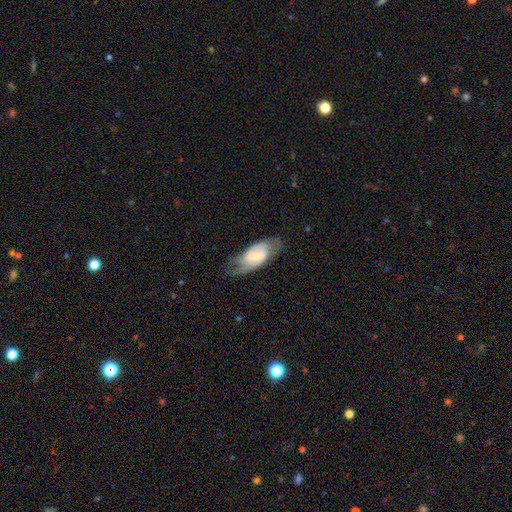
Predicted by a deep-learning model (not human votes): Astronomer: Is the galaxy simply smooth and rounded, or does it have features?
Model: featured or disk — 69%.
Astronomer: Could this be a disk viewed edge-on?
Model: no — 92%.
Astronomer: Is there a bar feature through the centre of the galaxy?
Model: weak — 48% (runner-up: no, 33%).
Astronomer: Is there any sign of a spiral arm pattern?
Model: yes — 87%.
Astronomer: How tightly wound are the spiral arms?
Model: medium — 48% (runner-up: tight, 28%).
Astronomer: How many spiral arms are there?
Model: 2 — 77%.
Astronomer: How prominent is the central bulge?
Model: small — 53% (runner-up: moderate, 35%).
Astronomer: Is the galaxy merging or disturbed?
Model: none — 65%.